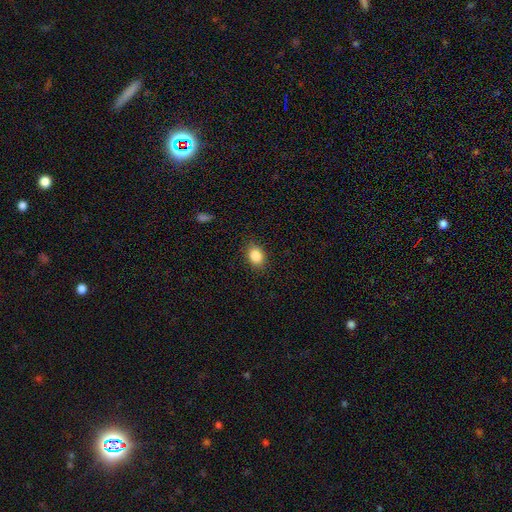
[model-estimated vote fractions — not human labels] A smooth galaxy with no disk features (86%) that is in between round and cigar-shaped (65%).

Vote fractions:
- Smooth or featured? smooth: 86% / star or artifact: 9% / featured or disk: 5%
- How rounded? in between: 65% / round: 33% / cigar-shaped: 1%
- Merging? none: 87% / minor disturbance: 10% / major disturbance: 3% / merger: 1%